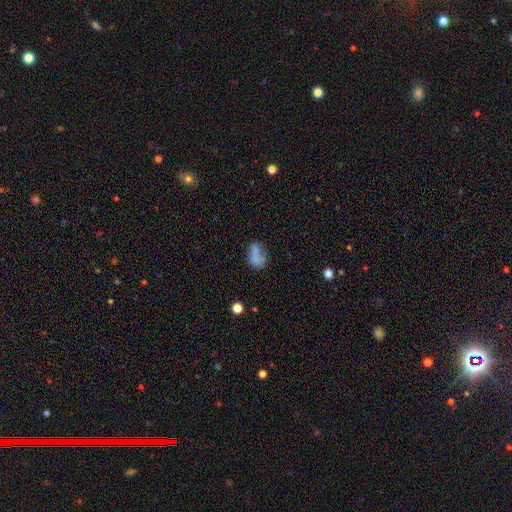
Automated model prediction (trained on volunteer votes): Smooth or featured? Predicted: smooth (p=0.61). How rounded? Predicted: in between (p=0.75). Merging? Predicted: none (p=0.38).